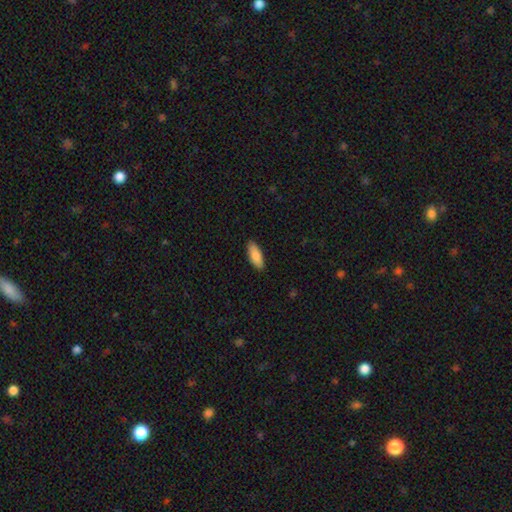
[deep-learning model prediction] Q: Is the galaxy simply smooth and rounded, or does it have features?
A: smooth — 88%.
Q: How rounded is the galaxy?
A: in between — 74%.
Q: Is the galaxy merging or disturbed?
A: none — 89%.